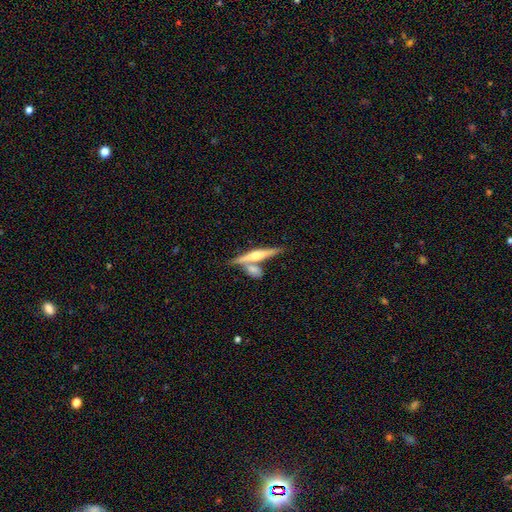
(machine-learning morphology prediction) A featured or disk galaxy (67%) viewed edge-on (95%) with a rounded central bulge (90%).

Vote fractions:
- Smooth or featured? featured or disk: 67% / smooth: 27% / star or artifact: 6%
- Edge-on disk? yes: 95% / no: 5%
- Edge-on bulge? rounded: 90% / none: 6% / boxy: 5%
- Merging? none: 57% / merger: 31% / minor disturbance: 9% / major disturbance: 3%